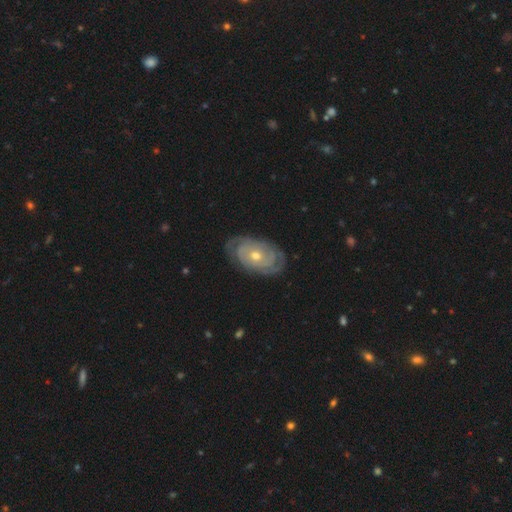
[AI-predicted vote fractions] Q: Smooth or featured?
A: featured or disk (86%); runner-up: smooth (9%)
Q: Edge-on disk?
A: no (95%); runner-up: yes (5%)
Q: Bar?
A: no (78%); runner-up: weak (17%)
Q: Spiral arms?
A: yes (96%); runner-up: no (4%)
Q: Spiral winding?
A: tight (81%); runner-up: medium (16%)
Q: Spiral arm count?
A: 2 (37%); runner-up: can't tell (25%)
Q: Bulge size?
A: moderate (58%); runner-up: small (39%)
Q: Merging?
A: none (81%); runner-up: minor disturbance (14%)